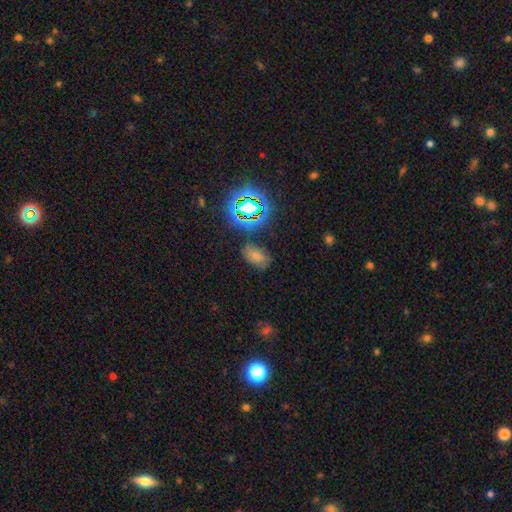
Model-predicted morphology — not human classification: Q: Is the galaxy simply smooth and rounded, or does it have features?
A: smooth — 59%.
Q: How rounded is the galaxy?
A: in between — 89%.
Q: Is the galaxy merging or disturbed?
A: none — 71%.